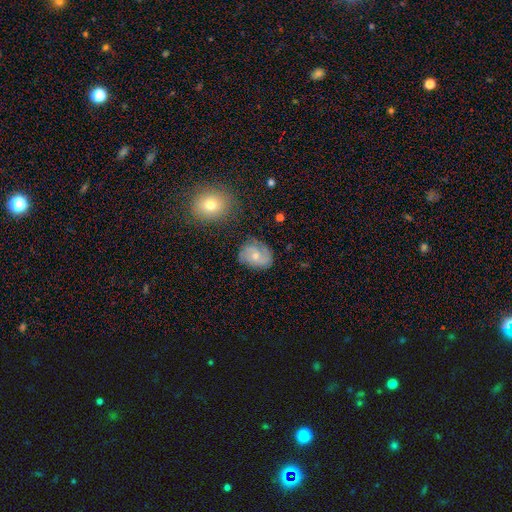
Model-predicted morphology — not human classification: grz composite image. It shows a featured or disk galaxy (65%) with no bar (68%), 2 (66%) medium (44%) spiral arms (90%) and a small central bulge (50%). Merging: none (73%).